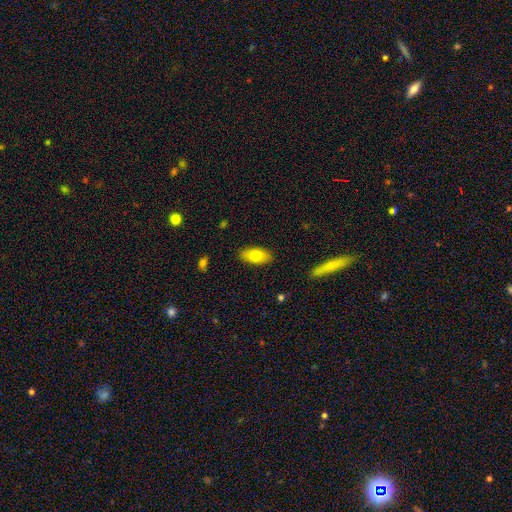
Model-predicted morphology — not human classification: Smooth or featured: smooth — 76% (featured or disk — 17%)
How rounded: in between — 89% (cigar-shaped — 8%)
Merging: none — 88% (minor disturbance — 9%)